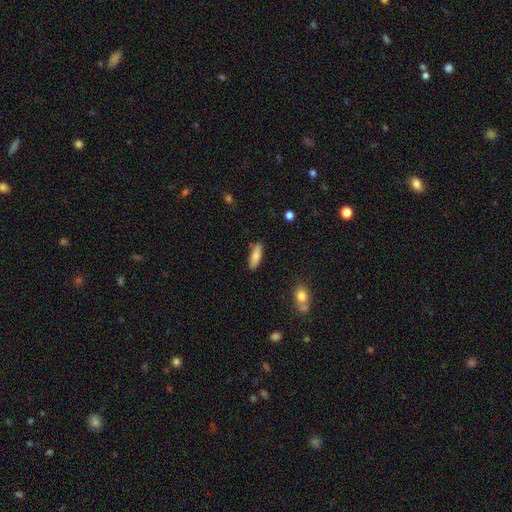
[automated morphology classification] smooth_or_featured: smooth (p=0.84) [alt: featured or disk p=0.10]
how_rounded: in between (p=0.61) [alt: cigar-shaped p=0.37]
merging: none (p=0.80) [alt: minor disturbance p=0.15]